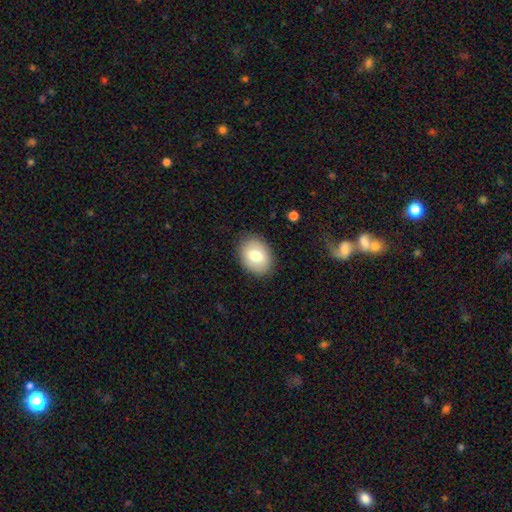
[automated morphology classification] smooth 74%, featured or disk 18%, star or artifact 8%. Down the decision tree: how rounded — in between (68%); merging — none (86%).